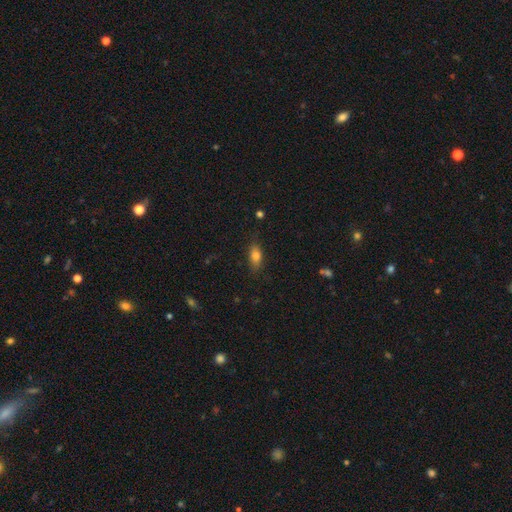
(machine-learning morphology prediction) This is likely a smooth galaxy (78%). How rounded: clearly in between (81%). Merging: likely none (80%).